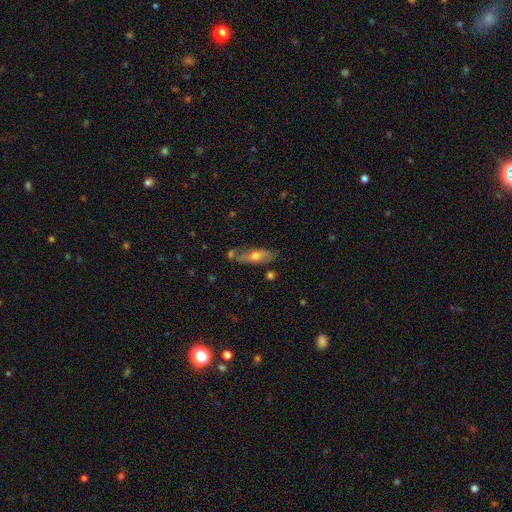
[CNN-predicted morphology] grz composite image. It shows a smooth galaxy with no disk features (51%) that is in between round and cigar-shaped (55%). Merging: none (64%).